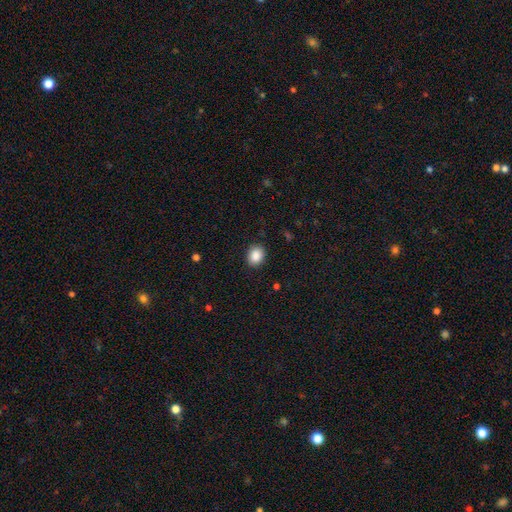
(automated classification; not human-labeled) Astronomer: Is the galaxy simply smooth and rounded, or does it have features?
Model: smooth — 88%.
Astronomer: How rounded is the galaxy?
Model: round — 53% (runner-up: in between, 46%).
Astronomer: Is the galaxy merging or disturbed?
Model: none — 89%.